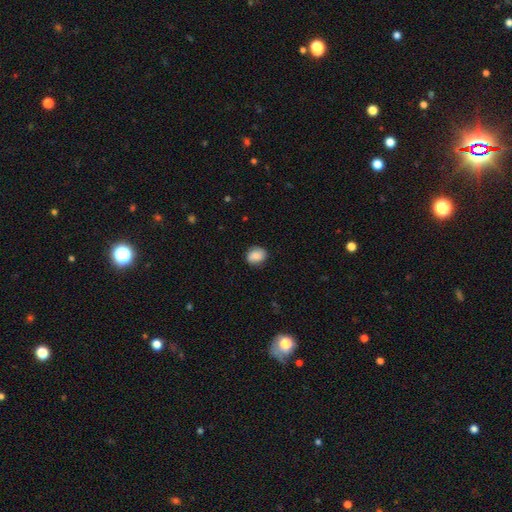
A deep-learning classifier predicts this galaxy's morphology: smooth-or-featured: smooth: 84% | featured or disk: 9% | star or artifact: 8%
  how-rounded: round: 52% | in between: 47% | cigar-shaped: 1%
  merging: none: 81% | minor disturbance: 15% | major disturbance: 3% | merger: 1%